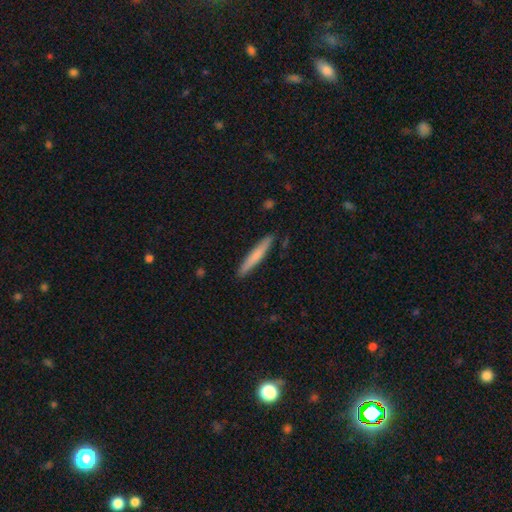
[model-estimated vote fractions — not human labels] Smooth or featured: smooth — 69% (featured or disk — 25%)
How rounded: cigar-shaped — 95% (in between — 4%)
Merging: none — 89% (minor disturbance — 8%)